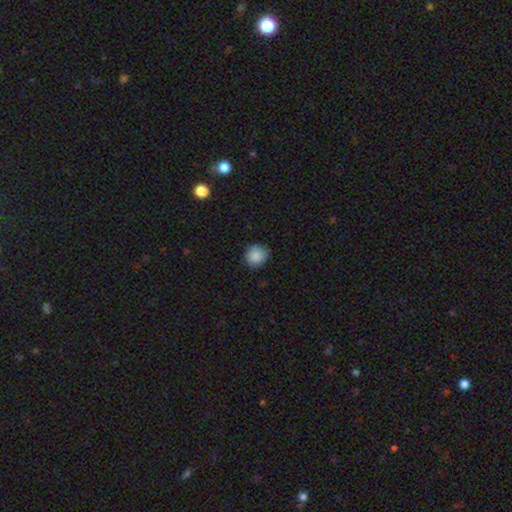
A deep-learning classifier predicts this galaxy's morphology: Smooth or featured? smooth (87%)
How rounded? round (89%)
Merging? none (82%)